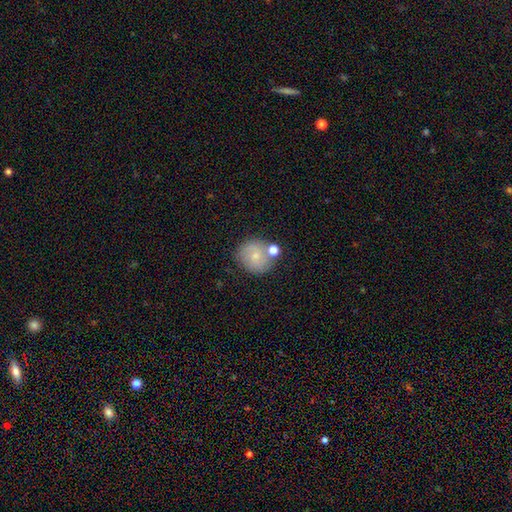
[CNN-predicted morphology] type=smooth (64%); roundness=round (88%); merging=none (64%).